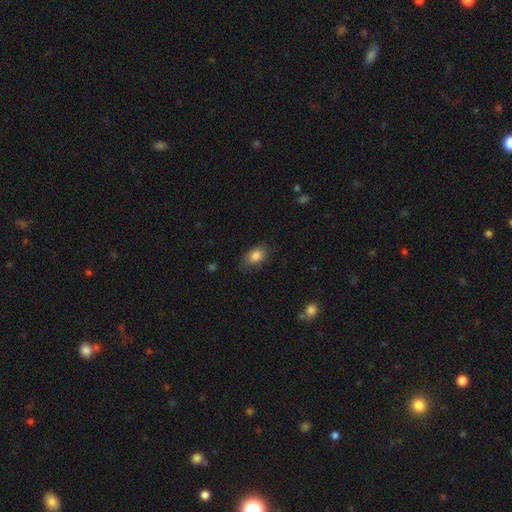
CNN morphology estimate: This appears to be a smooth galaxy with no disk features (85%) that is in between round and cigar-shaped (85%). Merging: none (77%).